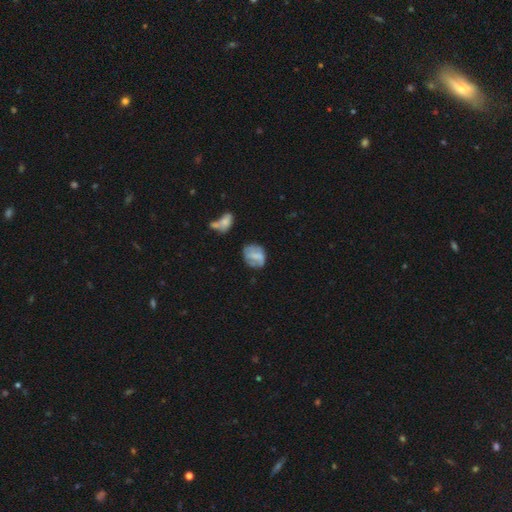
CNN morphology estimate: Smooth or featured?
  - smooth: 54% *
  - featured or disk: 37%
  - star or artifact: 9%
How rounded?
  - in between: 57% *
  - round: 42%
  - cigar-shaped: 2%
Merging?
  - none: 51% *
  - minor disturbance: 28%
  - major disturbance: 16%
  - merger: 5%